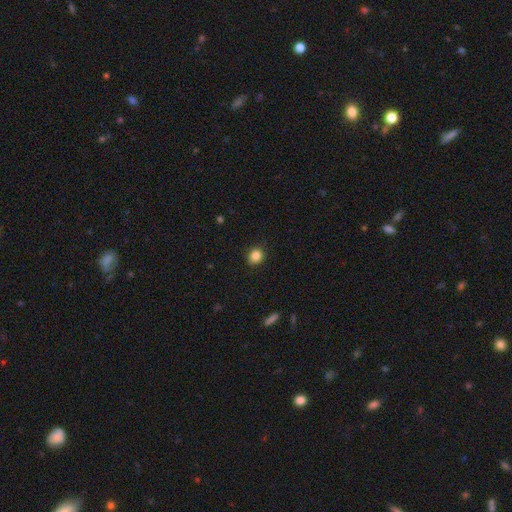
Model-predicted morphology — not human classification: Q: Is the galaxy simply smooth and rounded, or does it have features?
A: smooth — 85%.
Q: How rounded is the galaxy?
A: round — 79%.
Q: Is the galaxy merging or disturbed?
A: none — 90%.